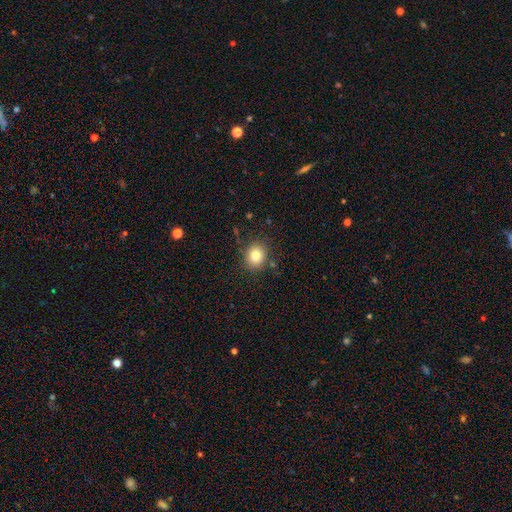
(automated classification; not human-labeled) Morphology: type=smooth (80%); roundness=round (73%); merging=none (85%).